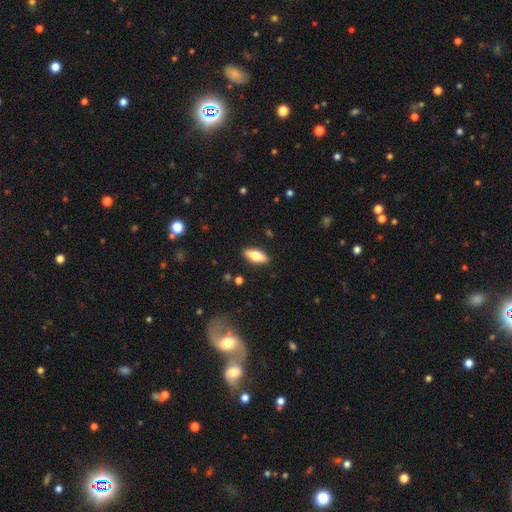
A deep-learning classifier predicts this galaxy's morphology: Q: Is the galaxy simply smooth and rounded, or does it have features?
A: smooth — 63%.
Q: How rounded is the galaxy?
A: in between — 71%.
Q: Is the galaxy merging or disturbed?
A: none — 88%.